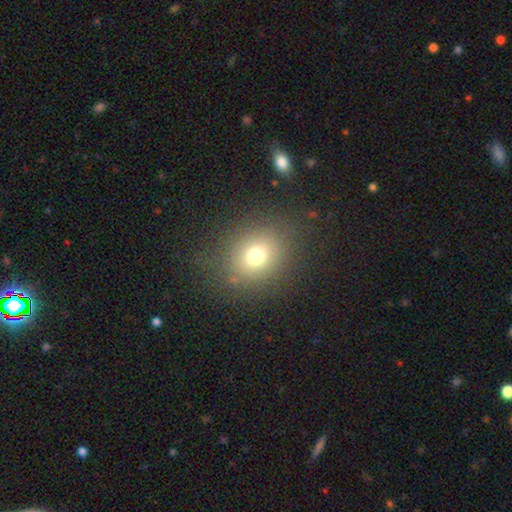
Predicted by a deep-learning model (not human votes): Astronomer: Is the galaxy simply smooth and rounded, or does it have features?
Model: smooth — 73%.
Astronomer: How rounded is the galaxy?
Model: round — 67%.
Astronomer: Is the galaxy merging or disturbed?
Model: none — 83%.